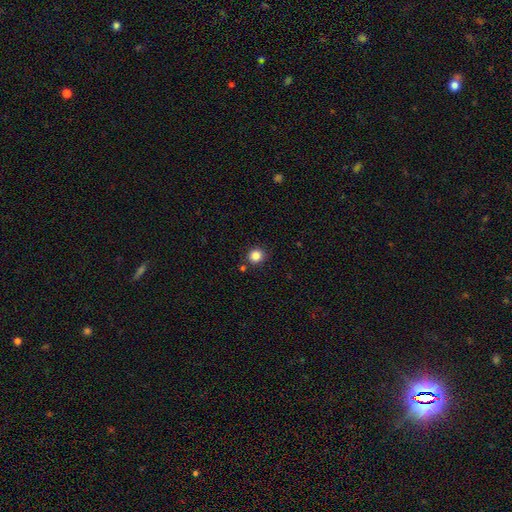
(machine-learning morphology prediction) The model was most divided on "smooth or featured": smooth: 85%, star or artifact: 11%, featured or disk: 4%. More confident: how rounded — round (87%); merging — none (85%).